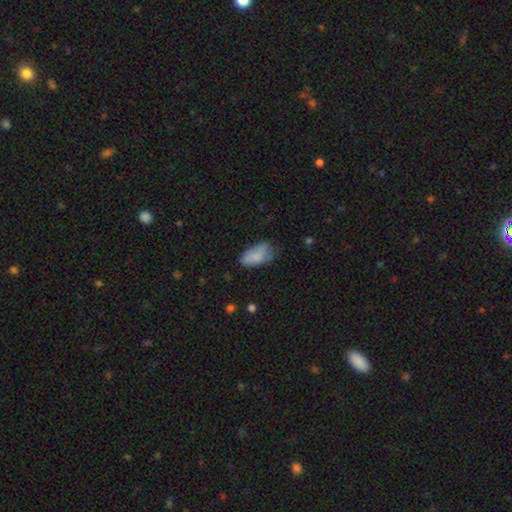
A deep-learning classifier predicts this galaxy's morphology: smooth 77%, featured or disk 14%, star or artifact 8%. Down the decision tree: how rounded — in between (93%); merging — none (48%).